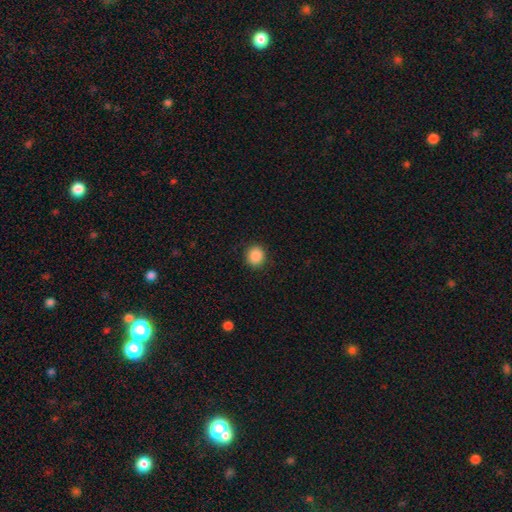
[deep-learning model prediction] The model was most divided on "how rounded": round: 85%, in between: 14%, cigar-shaped: 1%. More confident: merging — none (91%); smooth or featured — smooth (89%).